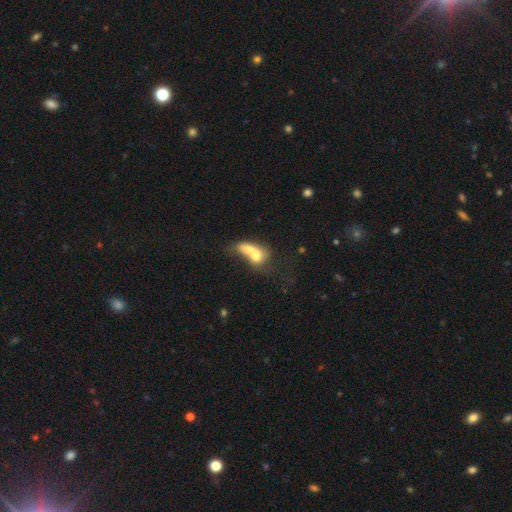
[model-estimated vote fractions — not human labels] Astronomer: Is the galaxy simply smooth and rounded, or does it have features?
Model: smooth — 61%.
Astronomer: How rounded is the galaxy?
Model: in between — 64%.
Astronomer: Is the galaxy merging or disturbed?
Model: merger — 70%.